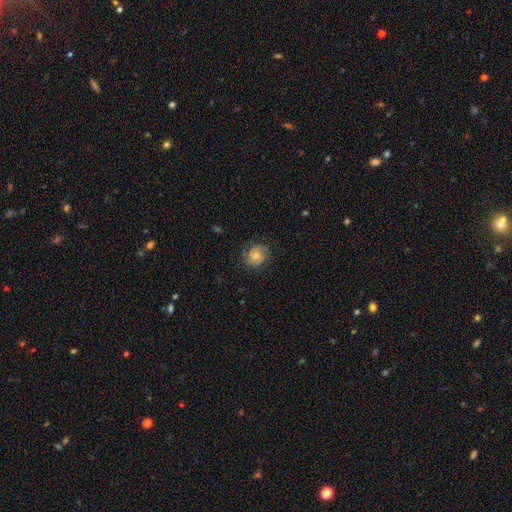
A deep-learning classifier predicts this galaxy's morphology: A smooth galaxy with no disk features (52%) that is round (73%).

Vote fractions:
- Smooth or featured? smooth: 52% / featured or disk: 38% / star or artifact: 9%
- How rounded? round: 73% / in between: 26% / cigar-shaped: 1%
- Merging? none: 75% / minor disturbance: 18% / major disturbance: 7% / merger: 1%